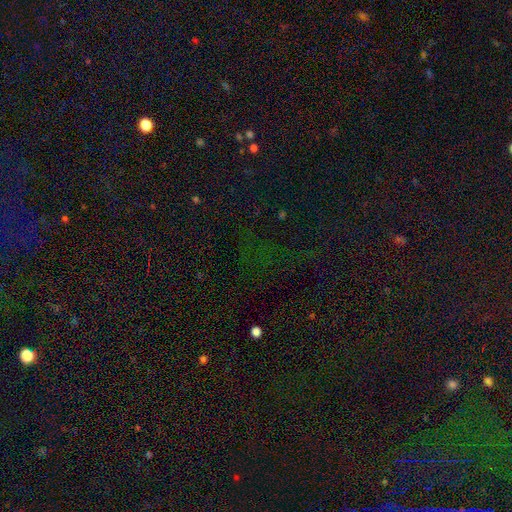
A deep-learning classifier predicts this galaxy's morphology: Smooth or featured: star or artifact — 73% (smooth — 17%)